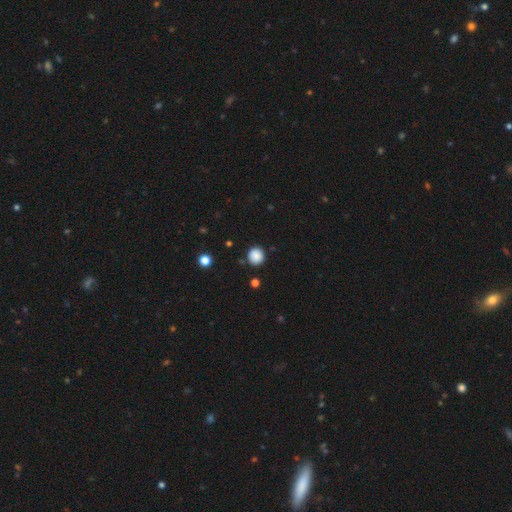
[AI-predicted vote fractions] smooth-or-featured: smooth: 87% | star or artifact: 10% | featured or disk: 4%
  how-rounded: round: 92% | in between: 7% | cigar-shaped: 1%
  merging: none: 87% | minor disturbance: 8% | major disturbance: 2% | merger: 2%